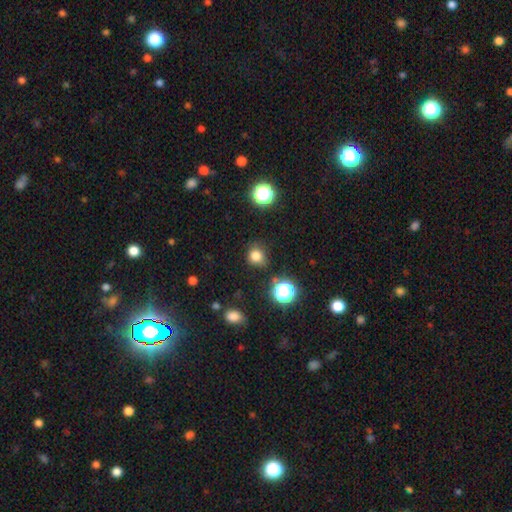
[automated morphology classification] This is likely a smooth galaxy (80%). How rounded: clearly round (82%). Merging: likely none (77%).